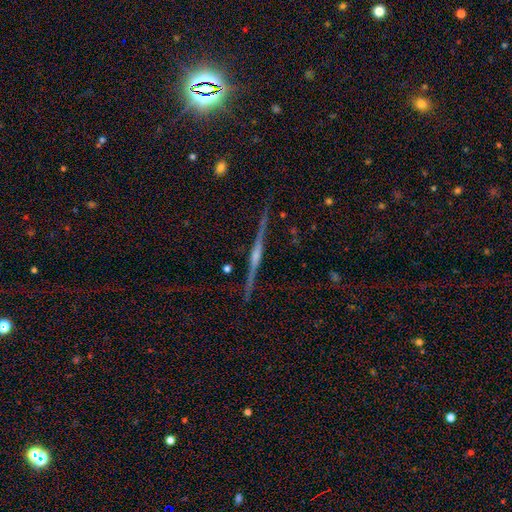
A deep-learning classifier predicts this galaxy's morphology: Q: Smooth or featured?
A: featured or disk (86%); runner-up: smooth (7%)
Q: Edge-on disk?
A: yes (99%); runner-up: no (1%)
Q: Edge-on bulge?
A: rounded (80%); runner-up: boxy (11%)
Q: Merging?
A: none (91%); runner-up: minor disturbance (6%)